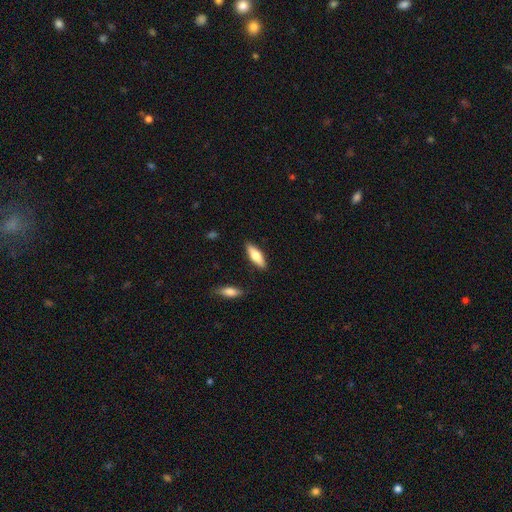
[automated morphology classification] smooth 69%, featured or disk 26%, star or artifact 6%. Down the decision tree: how rounded — in between (55%); merging — none (87%).